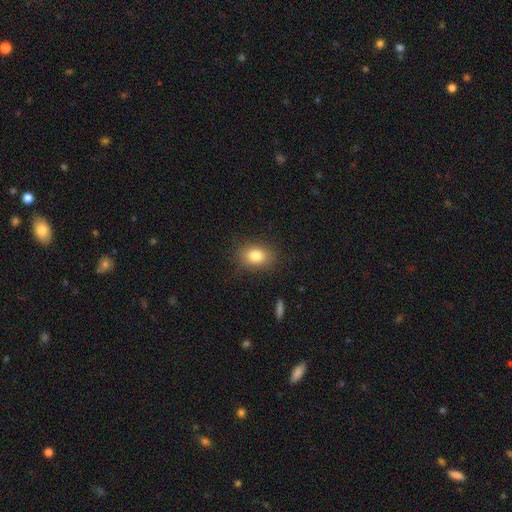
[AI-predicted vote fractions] smooth_or_featured: smooth (p=0.81) [alt: star or artifact p=0.10]
how_rounded: in between (p=0.66) [alt: round p=0.33]
merging: none (p=0.84) [alt: minor disturbance p=0.11]